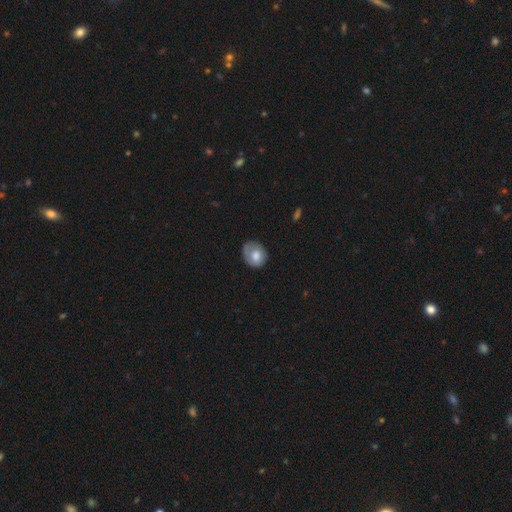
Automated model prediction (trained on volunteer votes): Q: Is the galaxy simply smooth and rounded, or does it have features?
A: smooth — 73%.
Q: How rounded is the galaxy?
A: round — 60%.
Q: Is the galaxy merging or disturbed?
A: none — 60%.